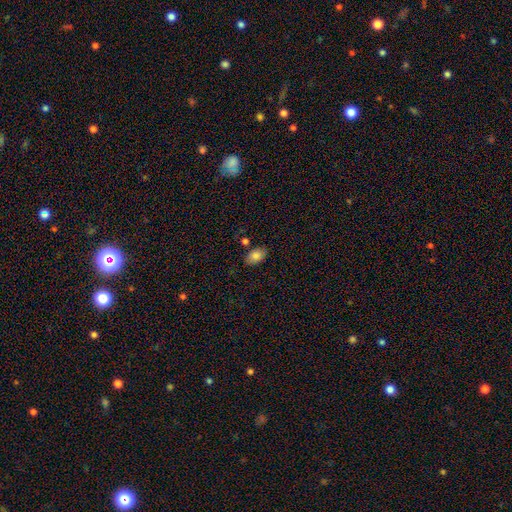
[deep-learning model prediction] This appears to be a smooth galaxy with no disk features (82%) that is in between round and cigar-shaped (90%). Merging: none (80%).